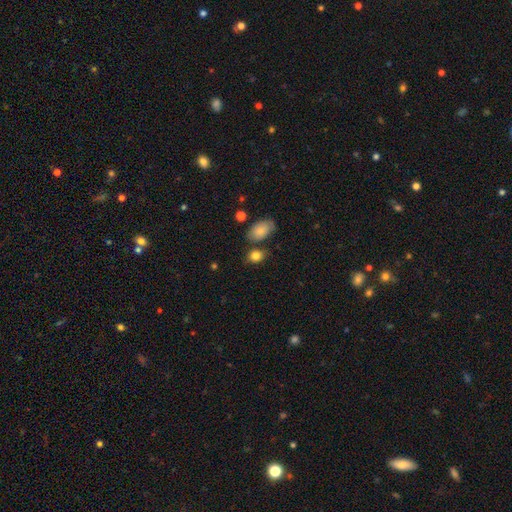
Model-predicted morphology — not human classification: This appears to be a smooth galaxy with no disk features (83%) that is in between round and cigar-shaped (59%). Merging: none (67%).